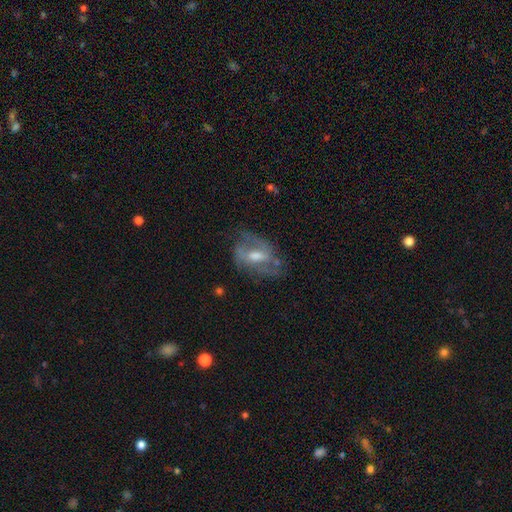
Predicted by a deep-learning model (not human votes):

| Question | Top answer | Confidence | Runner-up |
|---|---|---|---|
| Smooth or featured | featured or disk | 70% | smooth (21%) |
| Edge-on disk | no | 94% | yes (6%) |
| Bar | weak | 47% | no (32%) |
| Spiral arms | yes | 73% | no (27%) |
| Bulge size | moderate | 61% | small (21%) |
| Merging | none | 55% | minor disturbance (24%) |